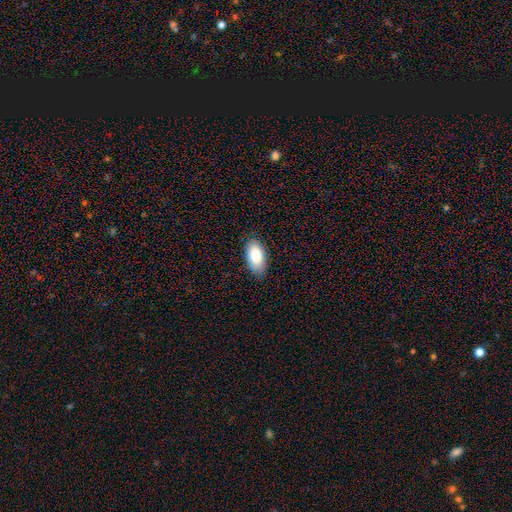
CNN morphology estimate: Smooth or featured: smooth — 84% (featured or disk — 10%)
How rounded: in between — 93% (cigar-shaped — 4%)
Merging: none — 83% (minor disturbance — 13%)